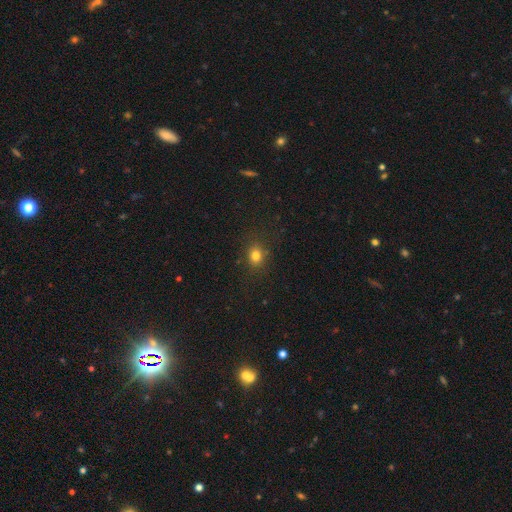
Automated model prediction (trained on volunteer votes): The model was most divided on "how rounded": round: 61%, in between: 38%, cigar-shaped: 1%. More confident: merging — none (85%); smooth or featured — smooth (79%).